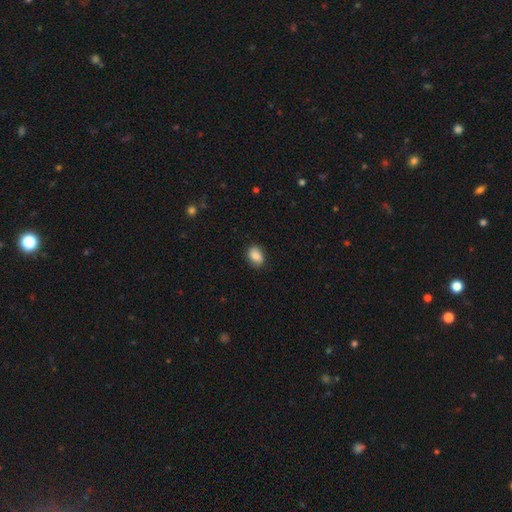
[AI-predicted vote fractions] Overall: smooth (86%). How rounded: in between (75%). Merging: none (82%).